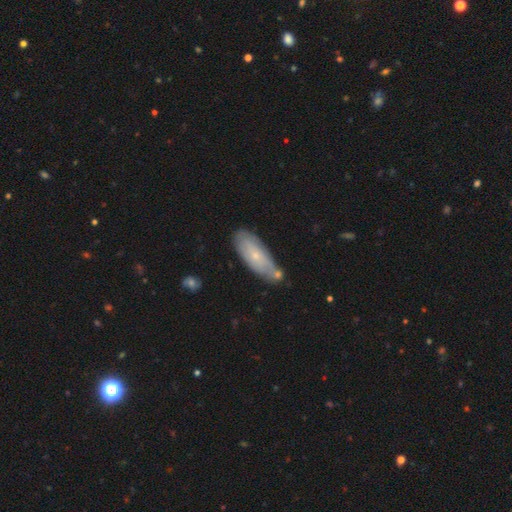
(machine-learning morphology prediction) Smooth or featured: smooth — 58% (featured or disk — 35%)
How rounded: in between — 67% (cigar-shaped — 31%)
Merging: none — 59% (minor disturbance — 23%)